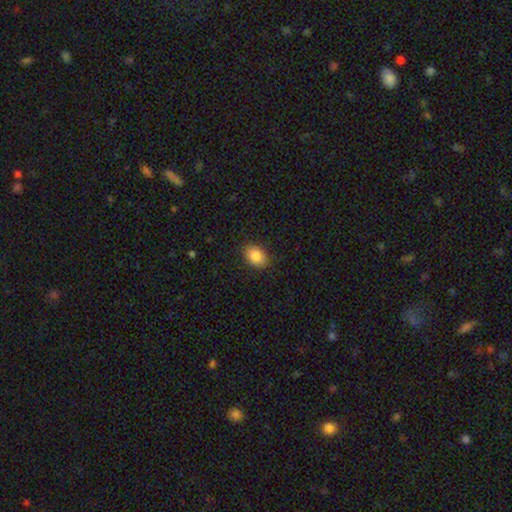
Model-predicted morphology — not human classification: Overall: smooth (86%). How rounded: in between (75%). Merging: none (87%).